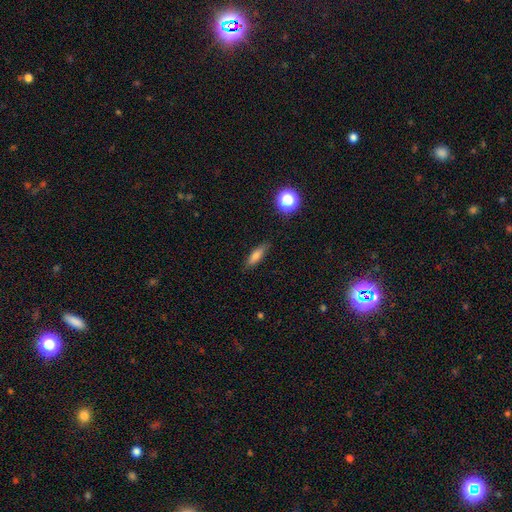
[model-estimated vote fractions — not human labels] smooth_or_featured: smooth (p=0.77) [alt: featured or disk p=0.13]
how_rounded: in between (p=0.52) [alt: cigar-shaped p=0.44]
merging: none (p=0.81) [alt: minor disturbance p=0.14]